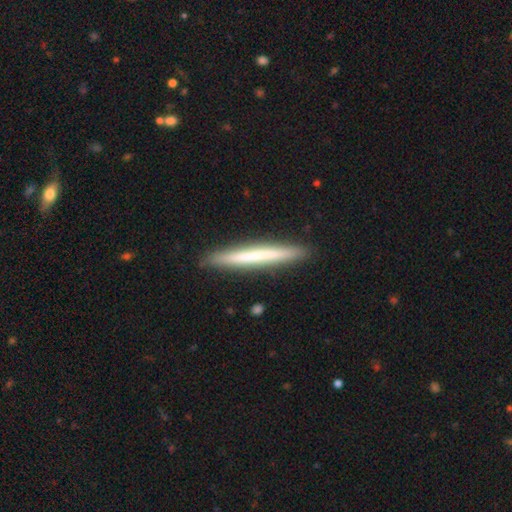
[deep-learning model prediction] A smooth galaxy with no disk features (53%) that is cigar-shaped (97%).

Vote fractions:
- Smooth or featured? smooth: 53% / featured or disk: 42% / star or artifact: 5%
- How rounded? cigar-shaped: 97% / in between: 2% / round: 1%
- Merging? none: 91% / minor disturbance: 6% / major disturbance: 1% / merger: 1%